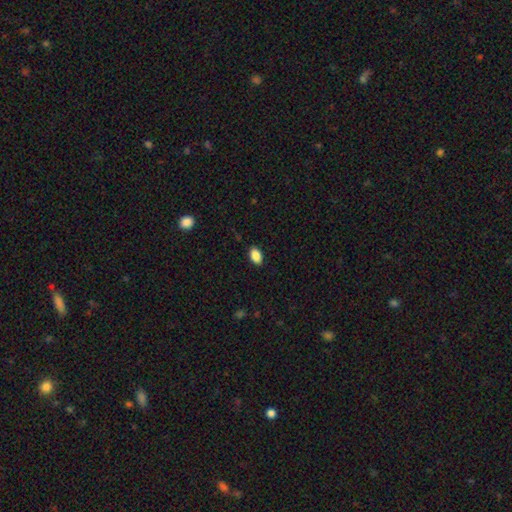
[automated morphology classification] Smooth or featured? Predicted: smooth (p=0.89). How rounded? Predicted: in between (p=0.90). Merging? Predicted: none (p=0.88).